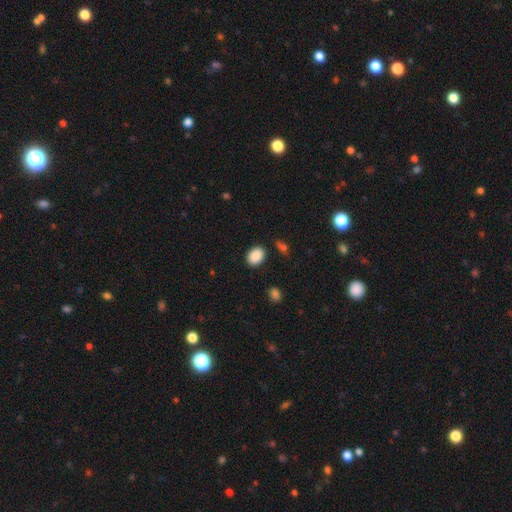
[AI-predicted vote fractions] smooth 88%, star or artifact 8%, featured or disk 4%. Down the decision tree: how rounded — in between (67%); merging — none (86%).